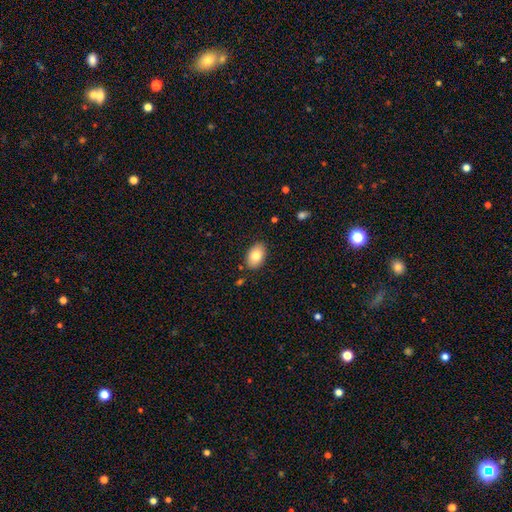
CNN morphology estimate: This is clearly a smooth galaxy (81%). How rounded: clearly in between (90%). Merging: clearly none (86%).